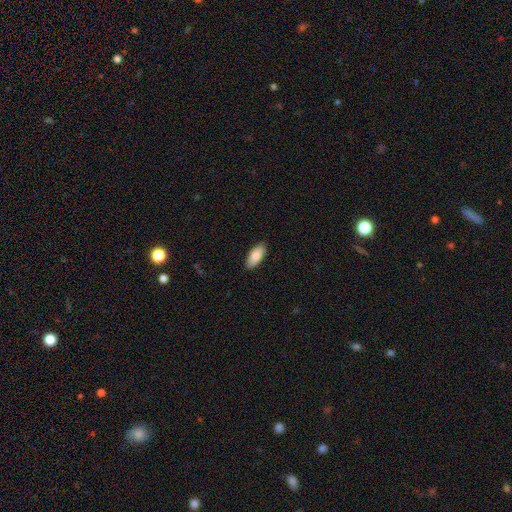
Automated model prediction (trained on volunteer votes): This is clearly a smooth galaxy (84%). How rounded: clearly in between (87%). Merging: clearly none (88%).